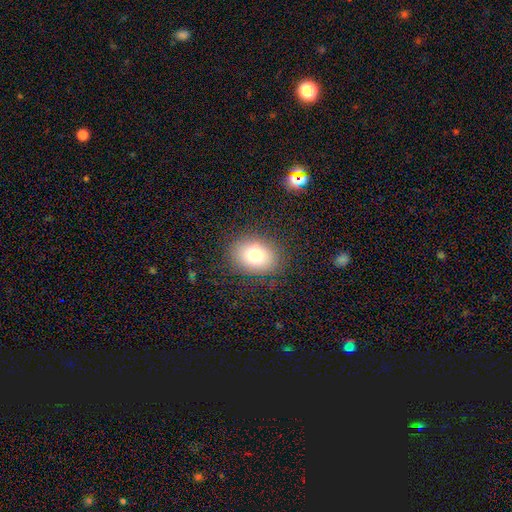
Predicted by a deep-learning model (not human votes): Smooth or featured? smooth (80%)
How rounded? in between (60%)
Merging? none (85%)